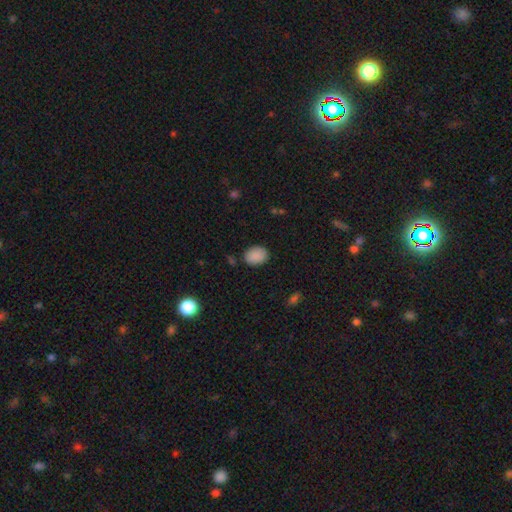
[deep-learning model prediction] Q: Smooth or featured?
A: smooth (89%); runner-up: star or artifact (8%)
Q: How rounded?
A: in between (68%); runner-up: round (31%)
Q: Merging?
A: none (84%); runner-up: minor disturbance (12%)